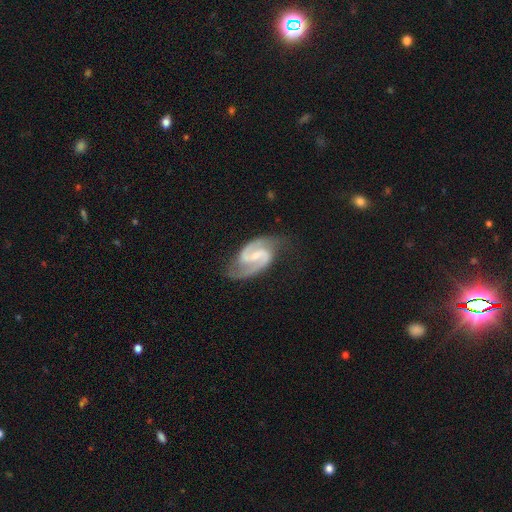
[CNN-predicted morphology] Smooth or featured? featured or disk (93%)
Edge-on disk? no (98%)
Bar? weak (49%)
Spiral arms? yes (98%)
Spiral winding? medium (62%)
Spiral arm count? 2 (94%)
Bulge size? small (57%)
Merging? none (77%)